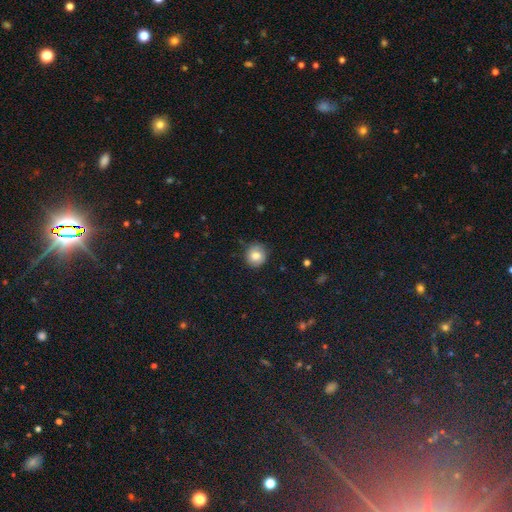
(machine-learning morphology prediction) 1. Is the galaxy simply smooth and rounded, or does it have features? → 79% smooth, 12% featured or disk, 9% star or artifact.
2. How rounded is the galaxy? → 85% round, 14% in between, 1% cigar-shaped.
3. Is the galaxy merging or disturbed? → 79% none, 16% minor disturbance, 3% major disturbance, 1% merger.